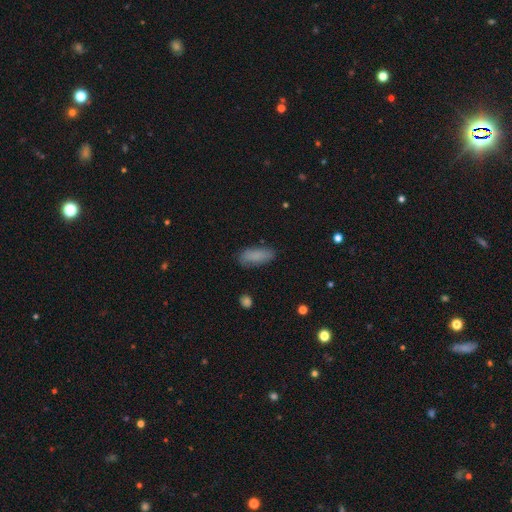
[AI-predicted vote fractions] This is clearly a smooth galaxy (84%). How rounded: likely in between (73%). Merging: likely none (77%).